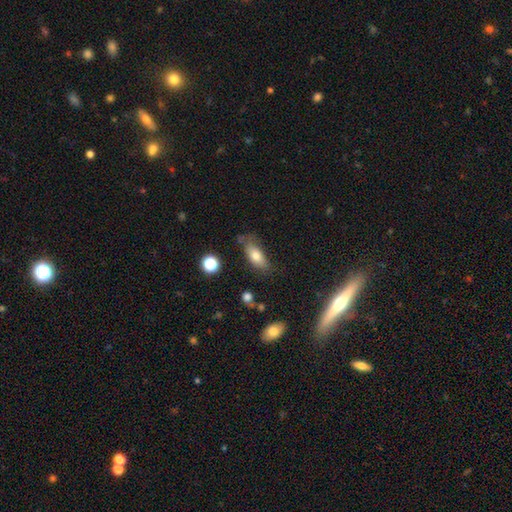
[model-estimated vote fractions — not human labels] smooth_or_featured: smooth (p=0.76) [alt: featured or disk p=0.15]
how_rounded: in between (p=0.79) [alt: cigar-shaped p=0.17]
merging: none (p=0.66) [alt: minor disturbance p=0.23]